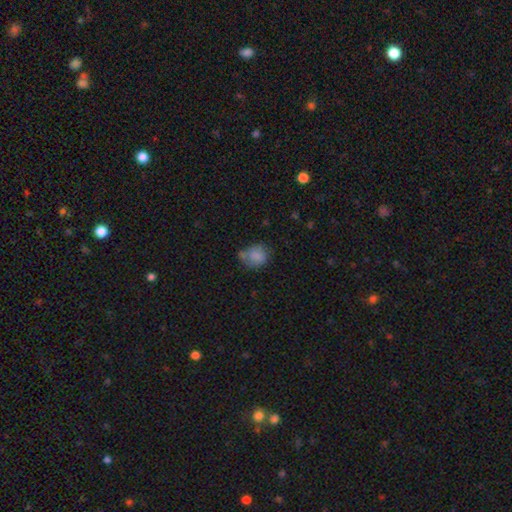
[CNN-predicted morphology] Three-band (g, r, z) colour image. It shows a smooth galaxy with no disk features (80%) that is round (64%). Merging: none (45%).